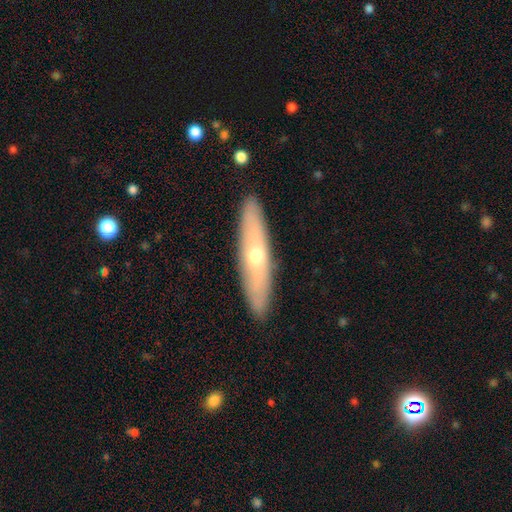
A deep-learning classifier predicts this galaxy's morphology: smooth-or-featured: featured or disk: 51% | smooth: 43% | star or artifact: 6%
  disk-edge-on: yes: 69% | no: 31%
  merging: none: 90% | minor disturbance: 7% | major disturbance: 2% | merger: 1%